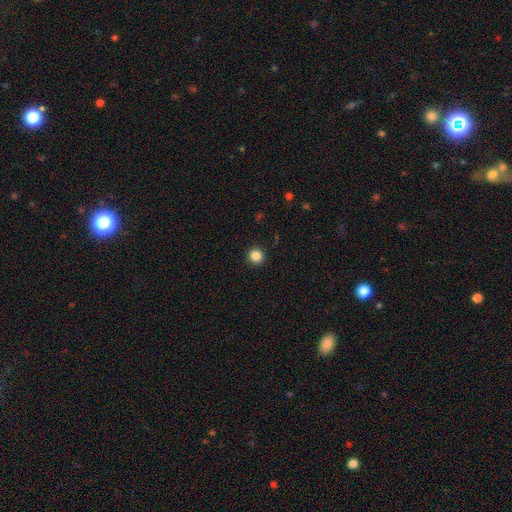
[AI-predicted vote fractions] smooth_or_featured: smooth (p=0.85) [alt: star or artifact p=0.11]
how_rounded: round (p=0.94) [alt: in between p=0.05]
merging: none (p=0.93) [alt: minor disturbance p=0.04]